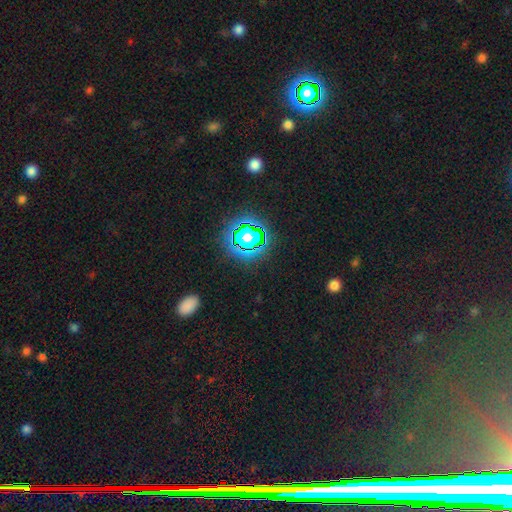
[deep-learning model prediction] Overall: star or artifact (74%).